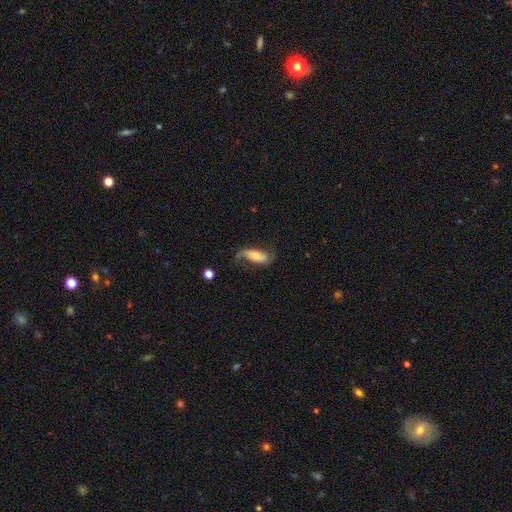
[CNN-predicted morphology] This is possibly a featured or disk galaxy (59%). It is clearly not viewed edge-on (88%). Bar: possibly no (50%). Spiral arm pattern: clearly yes (87%). Central bulge: possibly moderate (49%). Merging: possibly none (59%).